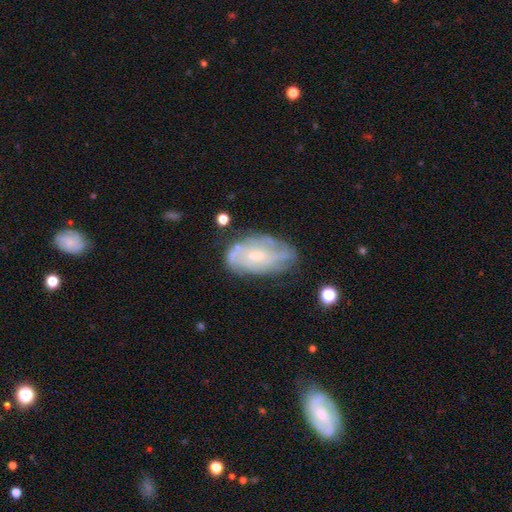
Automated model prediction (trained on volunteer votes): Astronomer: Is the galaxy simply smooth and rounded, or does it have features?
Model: featured or disk — 67%.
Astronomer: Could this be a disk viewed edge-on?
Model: no — 94%.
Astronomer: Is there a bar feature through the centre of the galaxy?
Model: no — 62%.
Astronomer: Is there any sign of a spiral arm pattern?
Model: yes — 71%.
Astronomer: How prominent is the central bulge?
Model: small — 55% (runner-up: moderate, 38%).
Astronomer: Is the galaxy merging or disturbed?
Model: none — 60%.